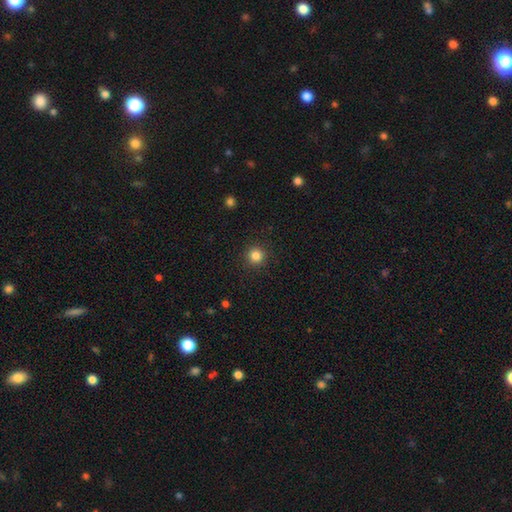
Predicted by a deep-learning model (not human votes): smooth-or-featured: smooth: 83% | star or artifact: 12% | featured or disk: 4%
  how-rounded: round: 95% | in between: 4% | cigar-shaped: 1%
  merging: none: 92% | minor disturbance: 5% | major disturbance: 2% | merger: 1%